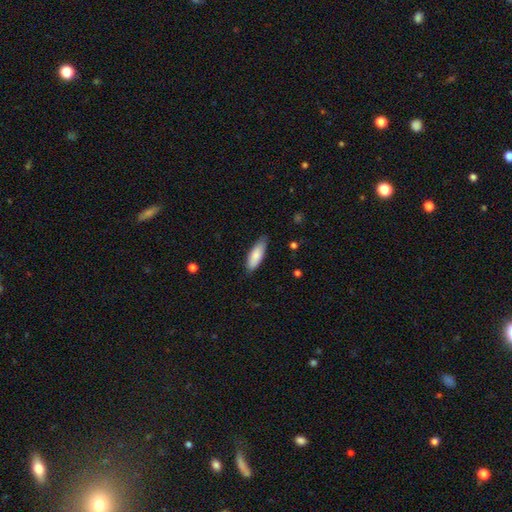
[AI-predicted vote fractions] A smooth galaxy with no disk features (84%) that is in between round and cigar-shaped (59%). Merging: none (82%).